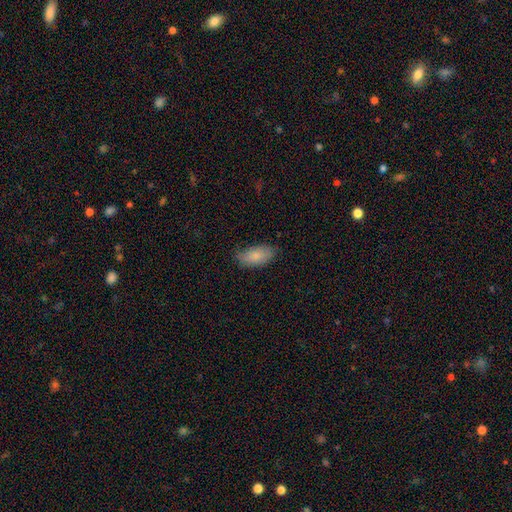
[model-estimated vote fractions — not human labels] This appears to be a smooth galaxy with no disk features (84%) that is in between round and cigar-shaped (91%). Merging: none (74%).